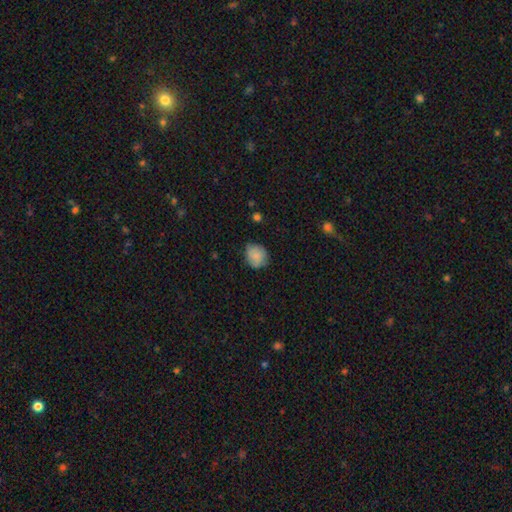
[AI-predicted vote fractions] This is clearly a smooth galaxy (81%). How rounded: likely round (67%). Merging: likely none (70%).